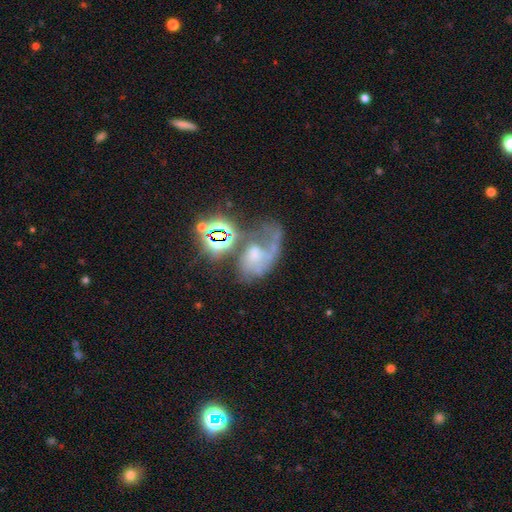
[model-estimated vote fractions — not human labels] The model was most divided on "merging": major disturbance: 37%, merger: 24%, none: 23%, minor disturbance: 16%. Remaining: smooth or featured — featured or disk (47%).